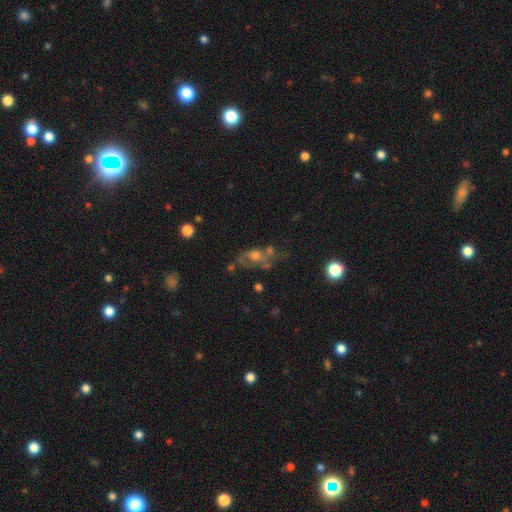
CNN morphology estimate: Smooth or featured? Predicted: featured or disk (p=0.54). Edge-on disk? Predicted: no (p=0.91). Merging? Predicted: none (p=0.35).